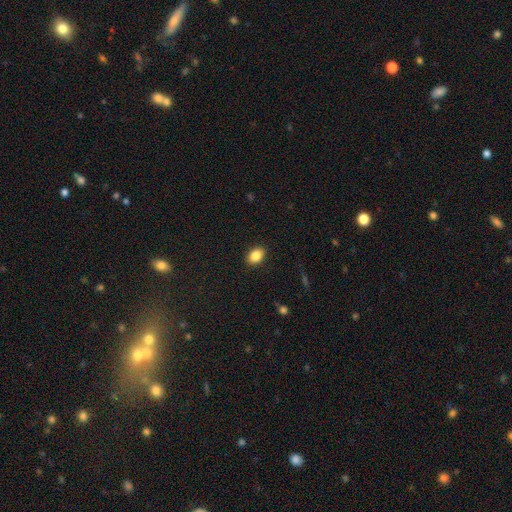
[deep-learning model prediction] This appears to be a smooth galaxy with no disk features (86%) that is in between round and cigar-shaped (75%). Merging: none (89%).